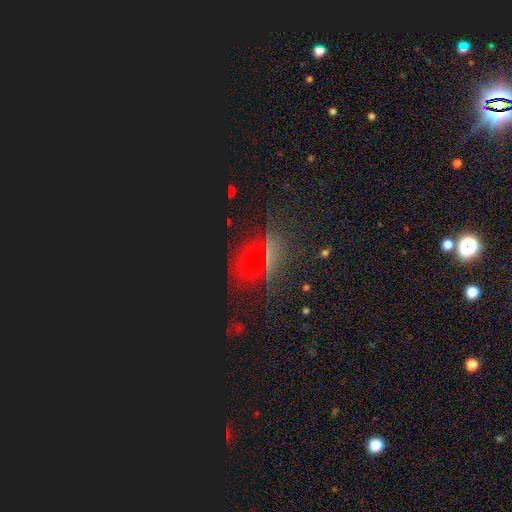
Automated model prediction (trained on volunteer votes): smooth_or_featured: star or artifact (p=0.55) [alt: smooth p=0.34]